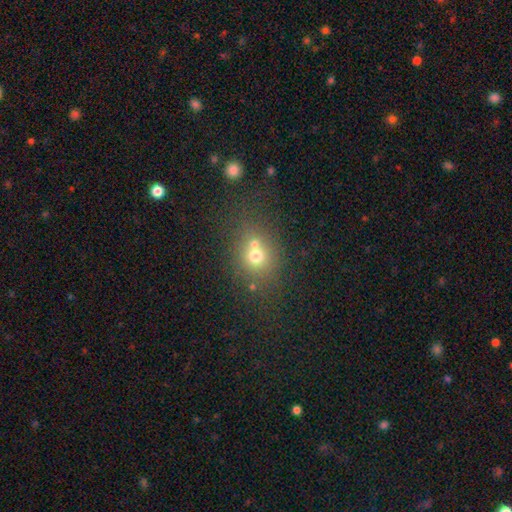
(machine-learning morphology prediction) A smooth galaxy with no disk features (64%) that is round (74%).

Vote fractions:
- Smooth or featured? smooth: 64% / star or artifact: 18% / featured or disk: 18%
- How rounded? round: 74% / in between: 25% / cigar-shaped: 1%
- Merging? none: 44% / merger: 43% / minor disturbance: 9% / major disturbance: 4%